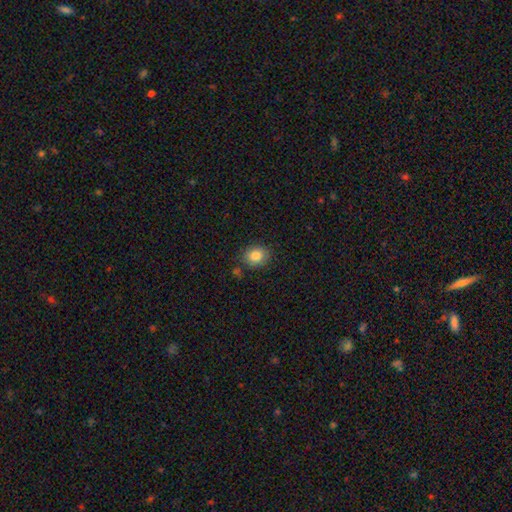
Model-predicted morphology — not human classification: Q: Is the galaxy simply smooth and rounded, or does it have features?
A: smooth — 84%.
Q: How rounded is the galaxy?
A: round — 55%.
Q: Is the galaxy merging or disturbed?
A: none — 81%.